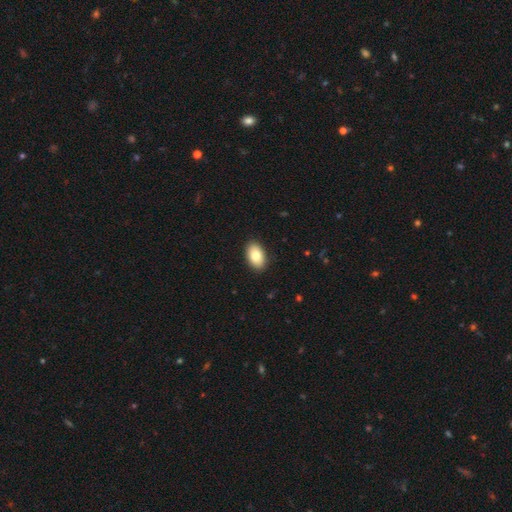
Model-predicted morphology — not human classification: smooth 81%, featured or disk 12%, star or artifact 7%. Down the decision tree: how rounded — in between (92%); merging — none (90%).